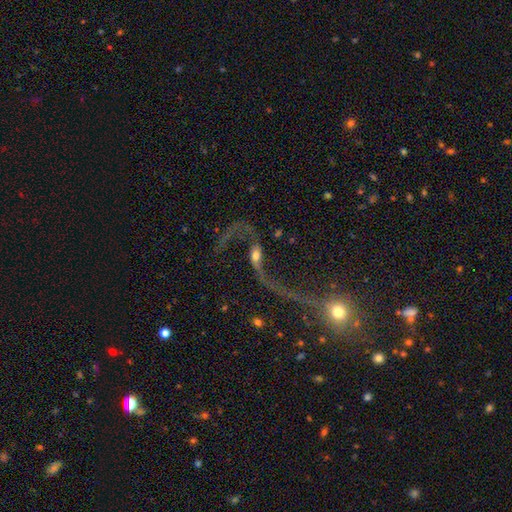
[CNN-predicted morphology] A featured or disk galaxy (80%) with no bar (44%), 2 (92%) loose (94%) spiral arms (86%) and a moderate central bulge (55%). Merging: none (38%).